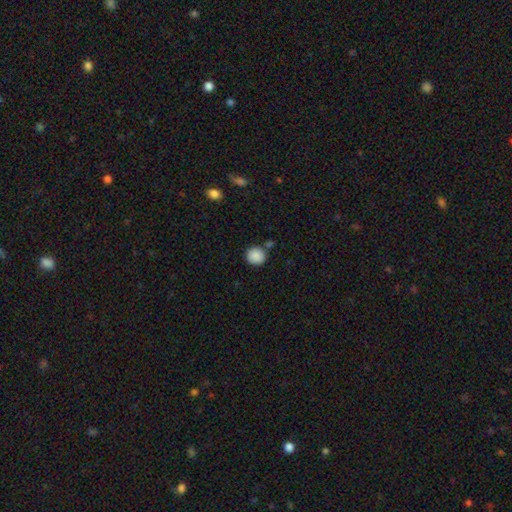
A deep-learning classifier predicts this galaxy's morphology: A smooth galaxy with no disk features (89%) that is round (90%). Merging: none (80%).